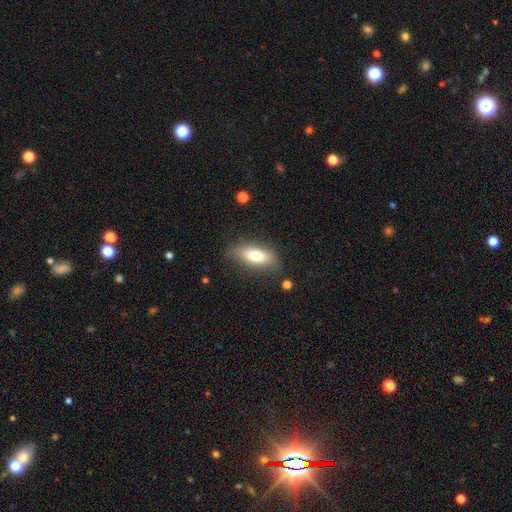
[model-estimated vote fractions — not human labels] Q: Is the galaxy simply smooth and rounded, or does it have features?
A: smooth — 74%.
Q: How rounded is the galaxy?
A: in between — 77%.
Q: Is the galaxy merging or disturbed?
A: none — 72%.